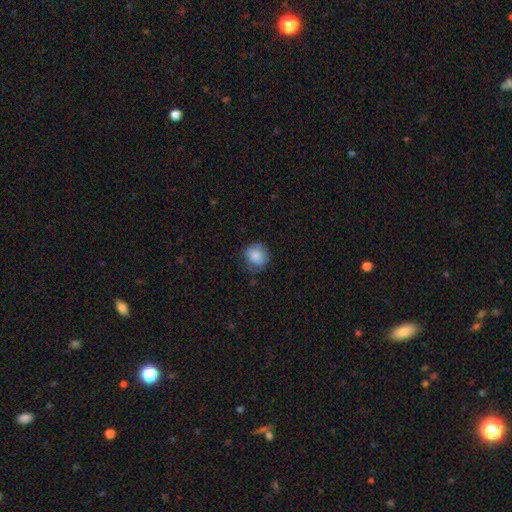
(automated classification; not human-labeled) Overall: smooth (84%). How rounded: round (83%). Merging: none (71%).